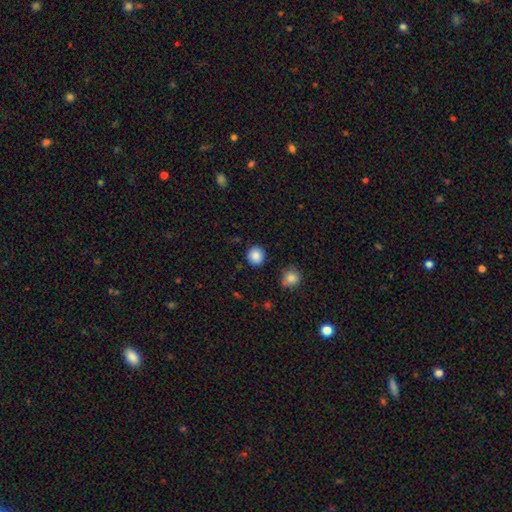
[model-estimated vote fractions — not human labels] smooth-or-featured: smooth: 87% | star or artifact: 9% | featured or disk: 4%
  how-rounded: round: 92% | in between: 7% | cigar-shaped: 1%
  merging: none: 90% | minor disturbance: 6% | major disturbance: 2% | merger: 2%